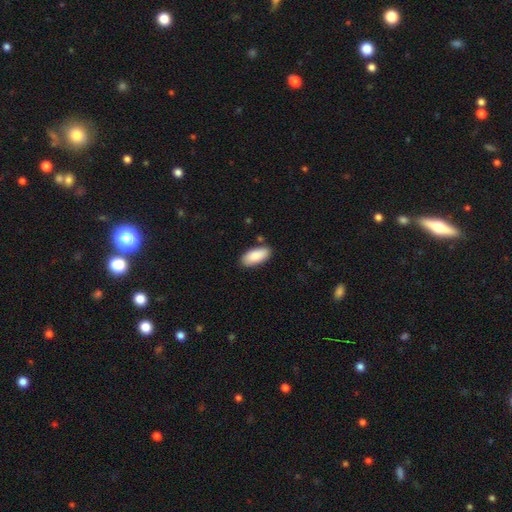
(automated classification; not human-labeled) smooth-or-featured: smooth: 87% | featured or disk: 7% | star or artifact: 6%
  how-rounded: in between: 90% | cigar-shaped: 9% | round: 2%
  merging: none: 84% | minor disturbance: 11% | merger: 3% | major disturbance: 2%